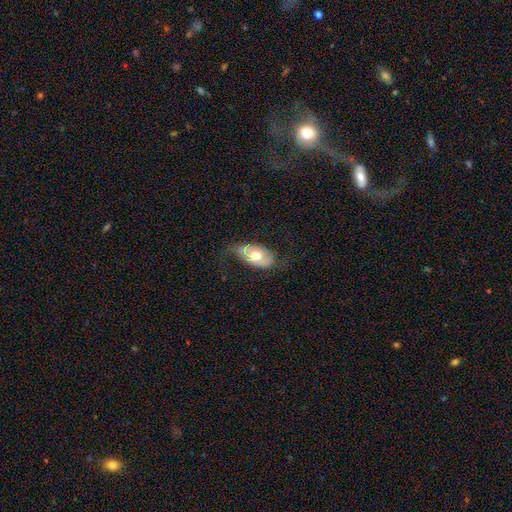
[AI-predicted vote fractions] This appears to be a smooth galaxy with no disk features (52%) that is in between round and cigar-shaped (92%). Merging: none (51%).